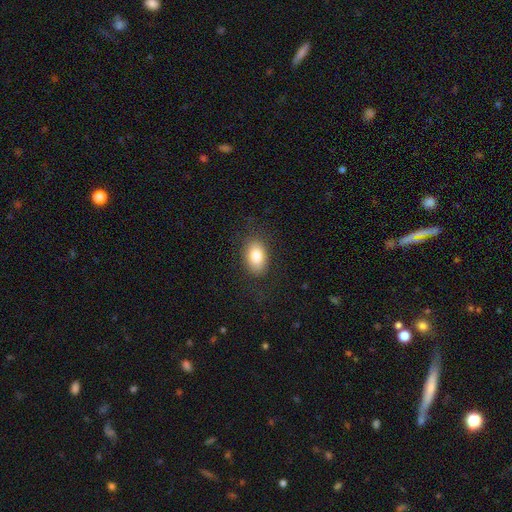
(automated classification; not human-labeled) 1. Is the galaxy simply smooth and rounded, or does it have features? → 82% smooth, 10% featured or disk, 8% star or artifact.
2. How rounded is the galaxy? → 88% in between, 10% round, 1% cigar-shaped.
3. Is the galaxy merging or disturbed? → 83% none, 12% minor disturbance, 5% major disturbance, 1% merger.